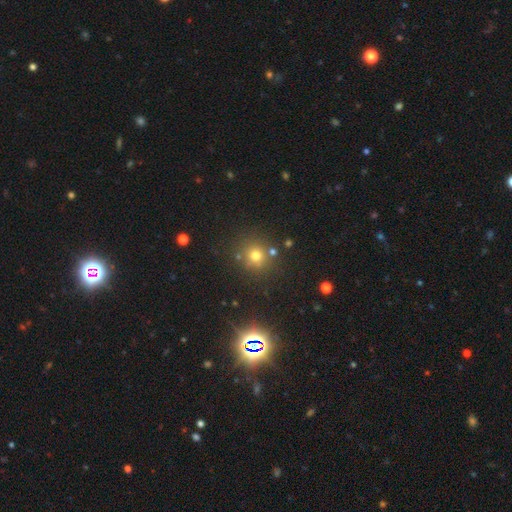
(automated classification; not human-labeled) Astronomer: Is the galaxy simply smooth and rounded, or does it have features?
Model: smooth — 70%.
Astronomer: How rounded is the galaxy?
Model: round — 90%.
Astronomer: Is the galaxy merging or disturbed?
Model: none — 79%.